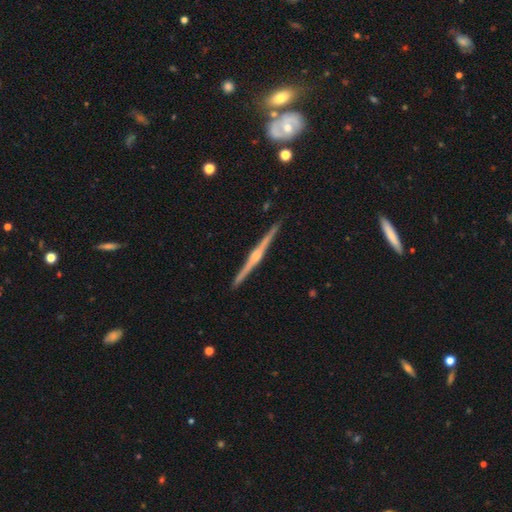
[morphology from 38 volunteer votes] featured or disk 92%, star or artifact 5%, smooth 3%. Down the decision tree: edge-on disk — yes (100%); edge-on bulge — rounded (74%); merging — none (94%).